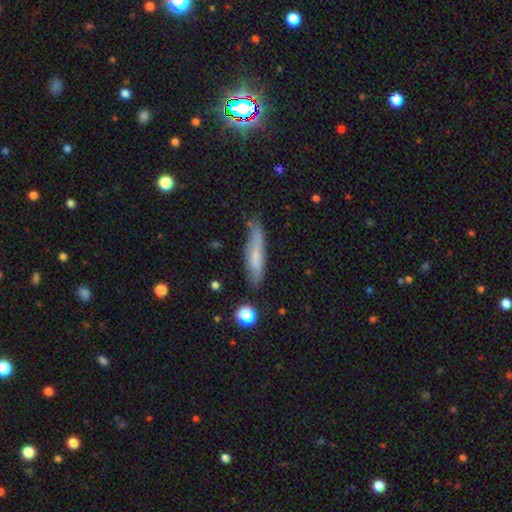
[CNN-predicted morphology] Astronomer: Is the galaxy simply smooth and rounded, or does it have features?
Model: smooth — 64%.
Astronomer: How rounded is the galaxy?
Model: cigar-shaped — 81%.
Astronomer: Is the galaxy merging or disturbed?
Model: none — 70%.